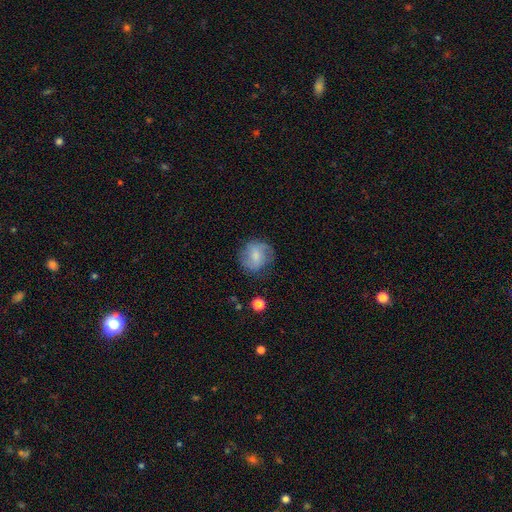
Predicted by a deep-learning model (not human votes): smooth-or-featured: smooth: 55% | featured or disk: 37% | star or artifact: 8%
  how-rounded: round: 83% | in between: 16% | cigar-shaped: 1%
  merging: none: 71% | minor disturbance: 19% | major disturbance: 8% | merger: 2%